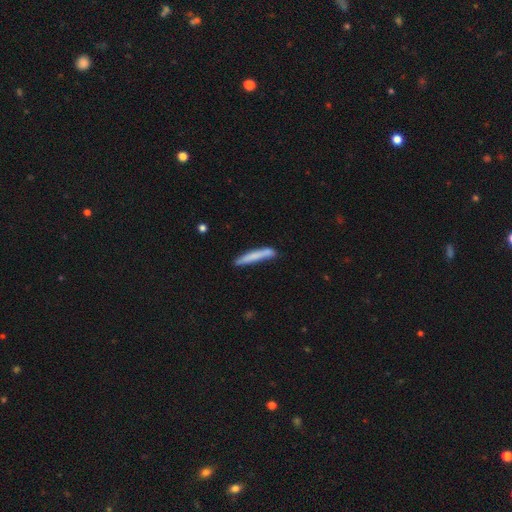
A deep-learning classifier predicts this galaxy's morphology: smooth 72%, featured or disk 22%, star or artifact 6%. Down the decision tree: how rounded — cigar-shaped (95%); merging — none (75%).